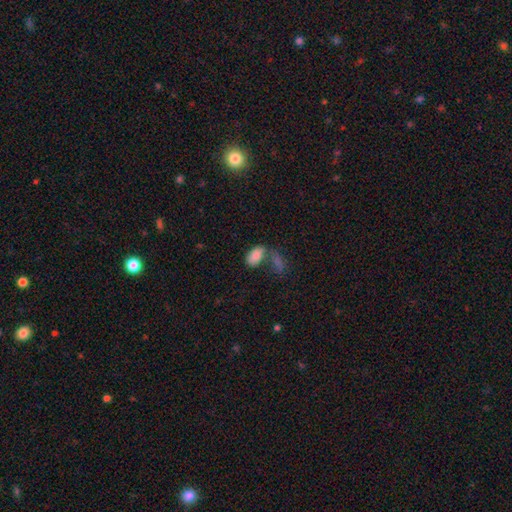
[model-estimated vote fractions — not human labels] smooth-or-featured: smooth: 80% | featured or disk: 11% | star or artifact: 9%
  how-rounded: in between: 93% | round: 5% | cigar-shaped: 2%
  merging: merger: 43% | none: 33% | minor disturbance: 13% | major disturbance: 10%